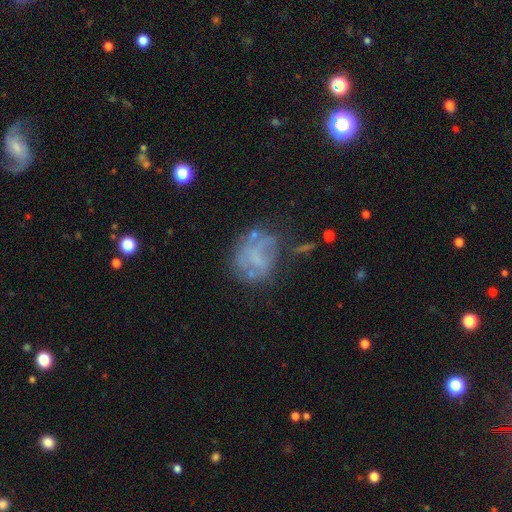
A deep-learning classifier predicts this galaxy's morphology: Q: Smooth or featured?
A: featured or disk (51%); runner-up: smooth (35%)
Q: Edge-on disk?
A: no (98%); runner-up: yes (2%)
Q: Merging?
A: none (48%); runner-up: minor disturbance (23%)